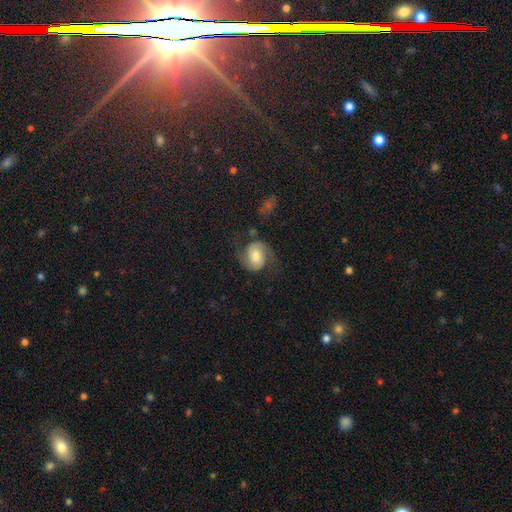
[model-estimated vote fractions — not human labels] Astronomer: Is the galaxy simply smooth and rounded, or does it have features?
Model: featured or disk — 68%.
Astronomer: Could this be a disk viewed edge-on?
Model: no — 98%.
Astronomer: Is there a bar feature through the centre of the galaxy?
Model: no — 53% (runner-up: weak, 36%).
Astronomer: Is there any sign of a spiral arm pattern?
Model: yes — 93%.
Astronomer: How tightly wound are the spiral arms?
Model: medium — 47% (runner-up: loose, 35%).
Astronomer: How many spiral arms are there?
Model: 2 — 91%.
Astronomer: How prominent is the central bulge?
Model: moderate — 51%.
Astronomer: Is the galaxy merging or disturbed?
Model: none — 64%.